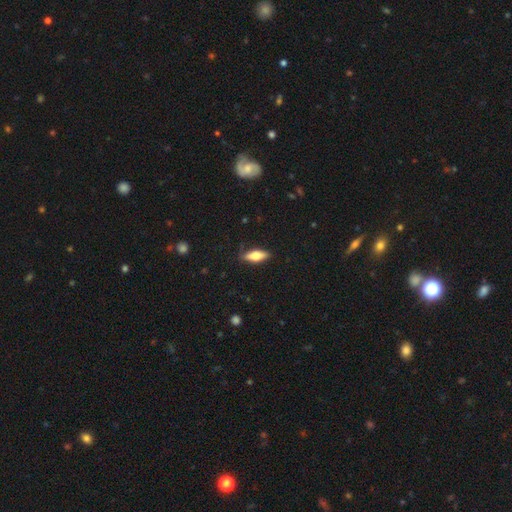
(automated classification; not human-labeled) Overall: smooth (62%; featured or disk 32%). How rounded: in between (59%; cigar-shaped 38%). Merging: none (82%).